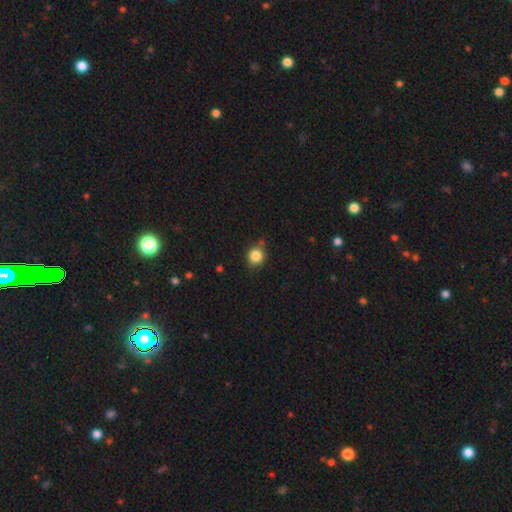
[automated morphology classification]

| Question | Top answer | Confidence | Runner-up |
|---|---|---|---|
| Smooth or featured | smooth | 84% | star or artifact (11%) |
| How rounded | round | 87% | in between (12%) |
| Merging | none | 79% | minor disturbance (14%) |